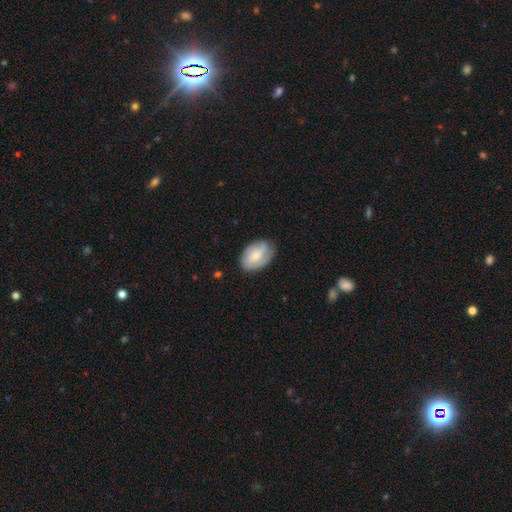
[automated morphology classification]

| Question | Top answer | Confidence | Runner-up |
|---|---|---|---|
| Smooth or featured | smooth | 58% | featured or disk (35%) |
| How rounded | in between | 88% | round (11%) |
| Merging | none | 75% | minor disturbance (20%) |